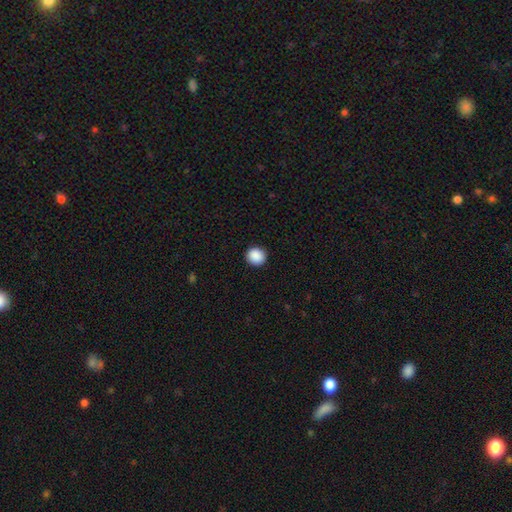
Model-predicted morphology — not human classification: Q: Smooth or featured?
A: smooth (90%); runner-up: star or artifact (8%)
Q: How rounded?
A: round (91%); runner-up: in between (8%)
Q: Merging?
A: none (92%); runner-up: minor disturbance (5%)